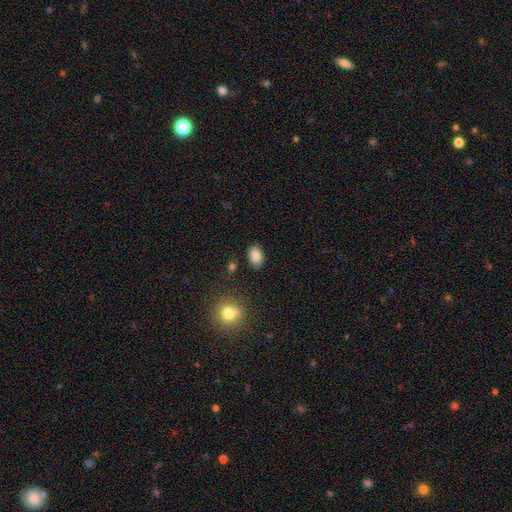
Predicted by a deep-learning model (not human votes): This appears to be a smooth galaxy with no disk features (86%) that is in between round and cigar-shaped (86%). Merging: none (84%).